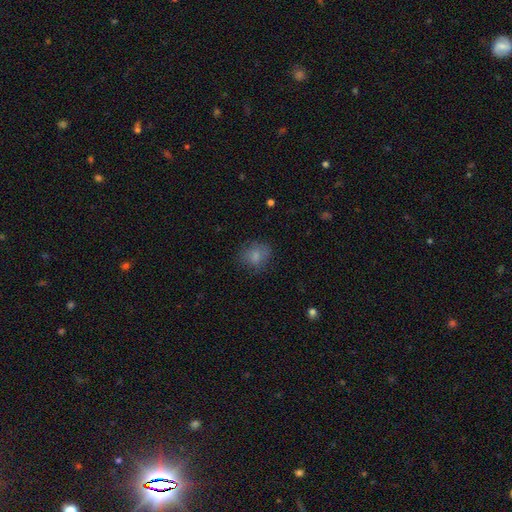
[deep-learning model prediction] Smooth or featured: smooth — 80% (featured or disk — 10%)
How rounded: round — 66% (in between — 33%)
Merging: none — 73% (minor disturbance — 18%)